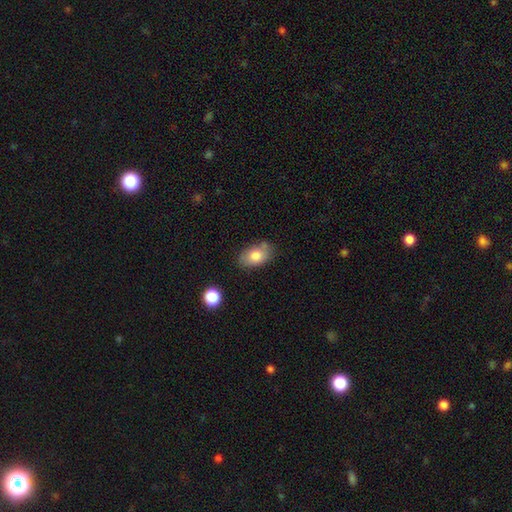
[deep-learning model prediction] Smooth or featured: smooth — 80% (featured or disk — 13%)
How rounded: in between — 88% (round — 10%)
Merging: none — 69% (minor disturbance — 21%)